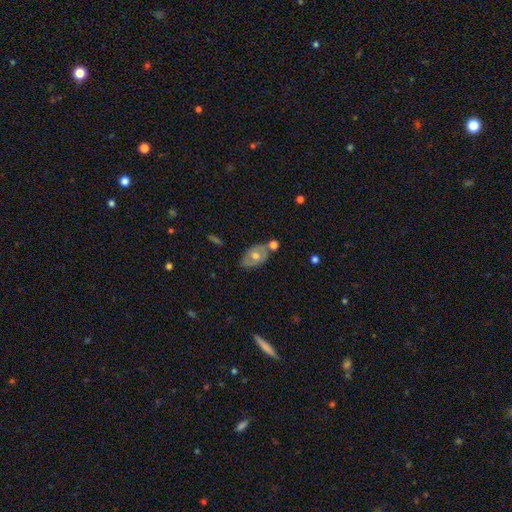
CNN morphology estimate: This appears to be a featured or disk galaxy (48%). Merging: none (62%).